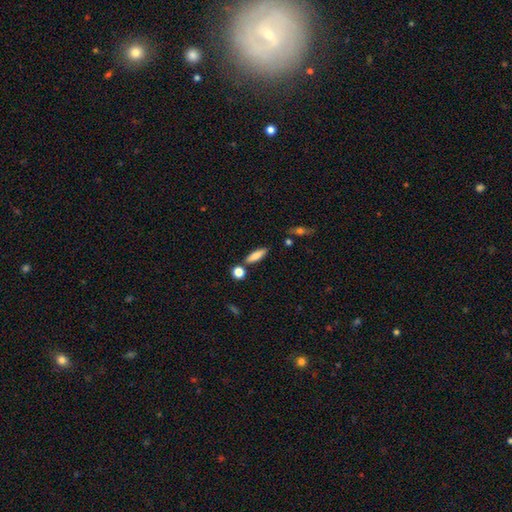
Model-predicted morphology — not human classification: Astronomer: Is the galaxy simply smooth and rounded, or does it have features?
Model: smooth — 81%.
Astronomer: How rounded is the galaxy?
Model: cigar-shaped — 50% (runner-up: in between, 46%).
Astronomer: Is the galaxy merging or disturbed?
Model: none — 77%.